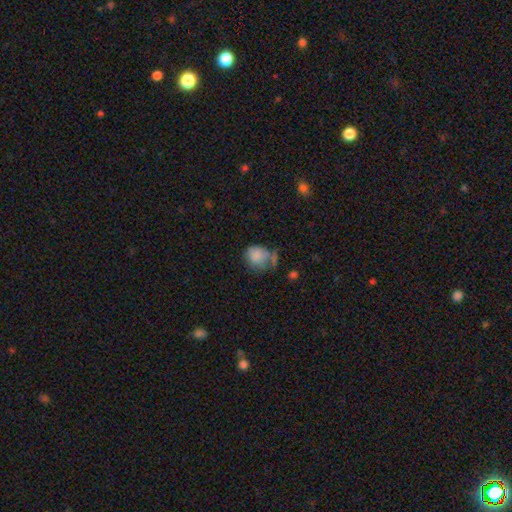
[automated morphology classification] Smooth or featured? smooth (78%)
How rounded? round (59%)
Merging? none (42%)